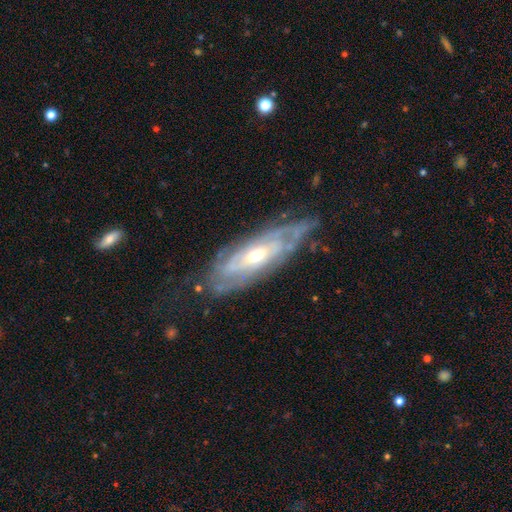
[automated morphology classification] Overall: featured or disk (83%). Edge-on disk: no (81%). Bar: no (61%; weak 28%). Spiral arms: yes (85%). Spiral arm count: can't tell (54%; 2 24%). Spiral winding: tight (69%). Bulge size: moderate (64%; small 28%). Merging: none (69%).